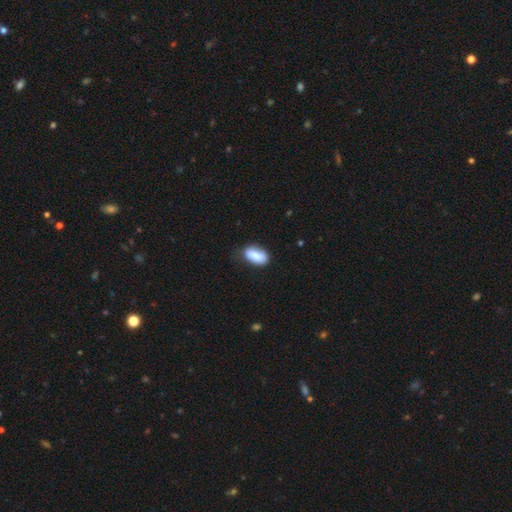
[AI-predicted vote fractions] smooth_or_featured: smooth (p=0.83) [alt: featured or disk p=0.11]
how_rounded: in between (p=0.89) [alt: cigar-shaped p=0.07]
merging: none (p=0.69) [alt: minor disturbance p=0.24]